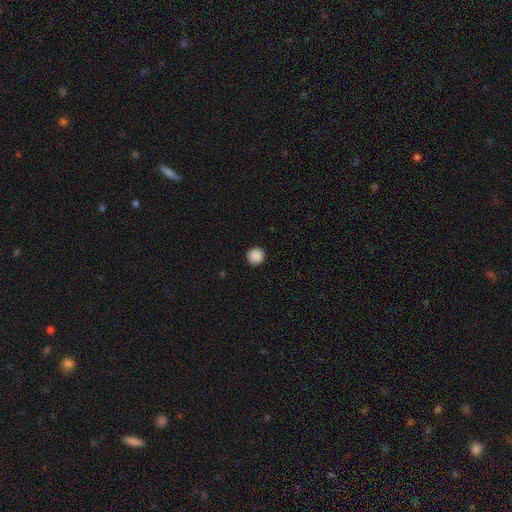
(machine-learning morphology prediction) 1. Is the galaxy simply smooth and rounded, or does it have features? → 89% smooth, 9% star or artifact, 2% featured or disk.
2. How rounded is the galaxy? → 95% round, 4% in between, 1% cigar-shaped.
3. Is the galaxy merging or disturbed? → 93% none, 4% minor disturbance, 2% major disturbance, 1% merger.